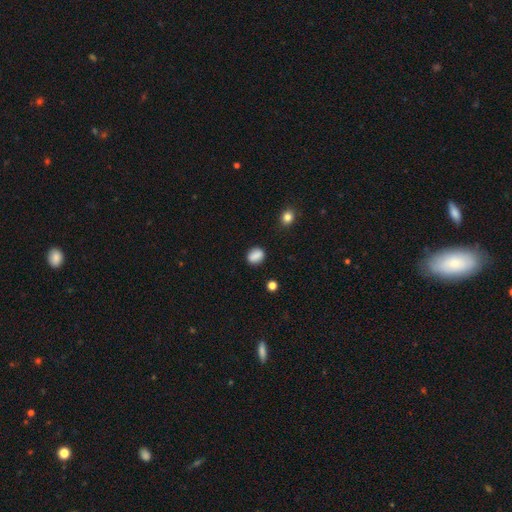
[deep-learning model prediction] A smooth galaxy with no disk features (86%) that is in between round and cigar-shaped (59%).

Vote fractions:
- Smooth or featured? smooth: 86% / star or artifact: 9% / featured or disk: 6%
- How rounded? in between: 59% / round: 39% / cigar-shaped: 2%
- Merging? none: 84% / minor disturbance: 11% / major disturbance: 3% / merger: 2%